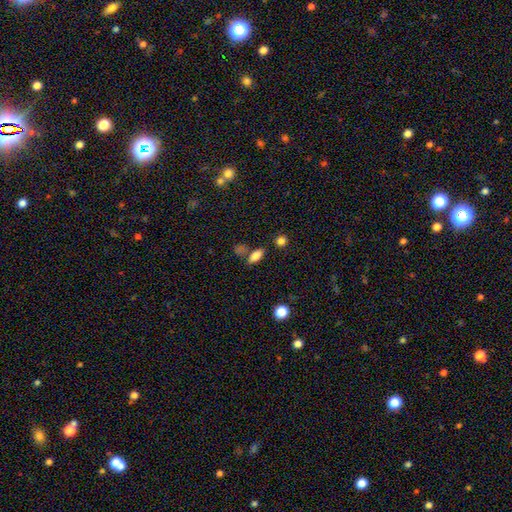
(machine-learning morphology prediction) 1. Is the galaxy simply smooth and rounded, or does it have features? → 80% smooth, 10% star or artifact, 10% featured or disk.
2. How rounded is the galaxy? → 78% in between, 16% cigar-shaped, 6% round.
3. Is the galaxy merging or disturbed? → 68% none, 14% minor disturbance, 13% merger, 5% major disturbance.